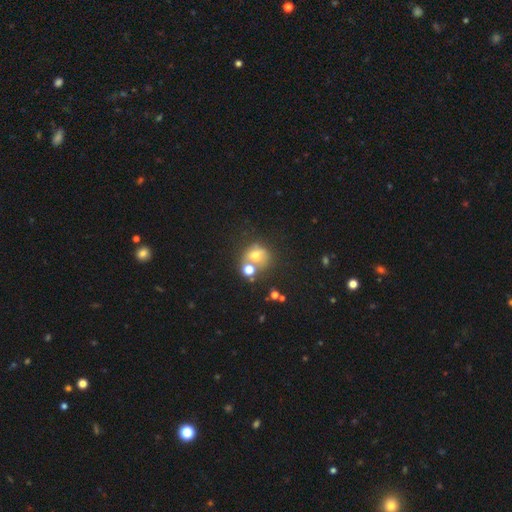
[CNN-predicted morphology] Smooth or featured?
  - smooth: 58% *
  - featured or disk: 25%
  - star or artifact: 17%
How rounded?
  - round: 76% *
  - in between: 23%
  - cigar-shaped: 1%
Merging?
  - none: 41% *
  - merger: 36%
  - minor disturbance: 14%
  - major disturbance: 9%